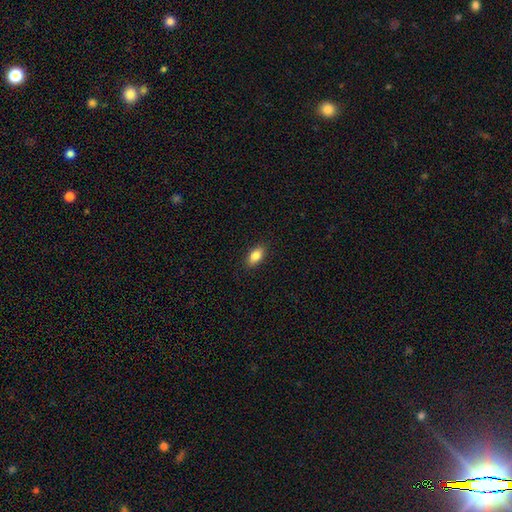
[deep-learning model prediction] Morphology: type=smooth (85%); roundness=in between (90%); merging=none (88%).